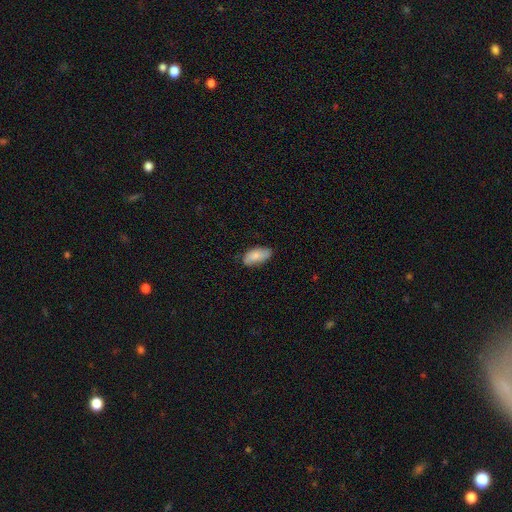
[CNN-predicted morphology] type=smooth (75%); roundness=in between (90%); merging=none (71%).